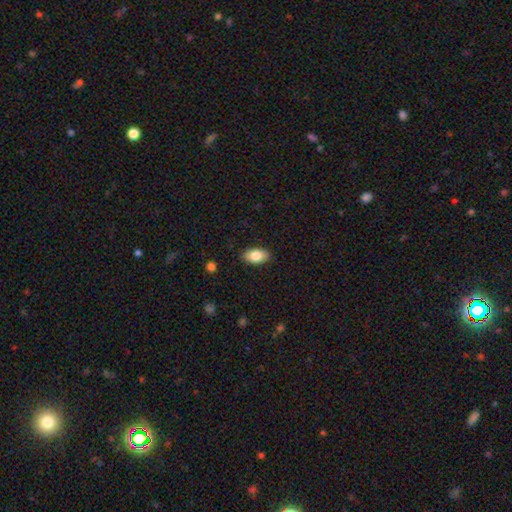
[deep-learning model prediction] smooth-or-featured: smooth: 83% | featured or disk: 11% | star or artifact: 7%
  how-rounded: in between: 92% | round: 6% | cigar-shaped: 2%
  merging: none: 88% | minor disturbance: 9% | major disturbance: 2% | merger: 1%